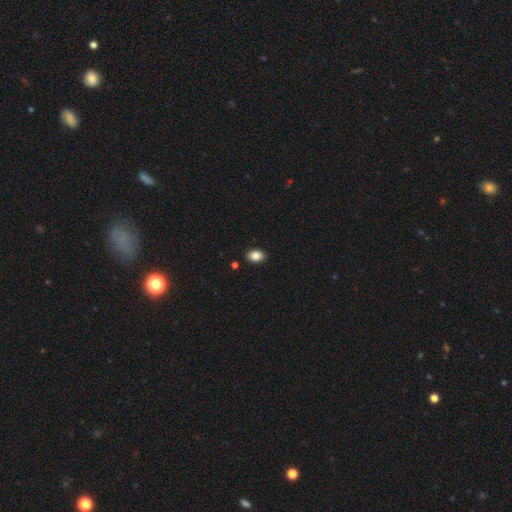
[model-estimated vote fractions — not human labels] The model was most divided on "how rounded": in between: 78%, round: 21%, cigar-shaped: 1%. More confident: merging — none (89%); smooth or featured — smooth (87%).